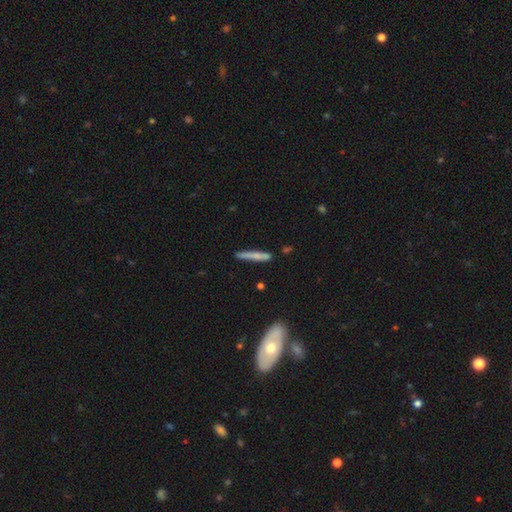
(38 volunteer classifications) A smooth galaxy with no disk features (66%) that is cigar-shaped (92%).

Vote fractions:
- Smooth or featured? smooth: 66% / featured or disk: 29% / star or artifact: 5%
- How rounded? cigar-shaped: 92% / in between: 8% / round: 0%
- Merging? none: 64% / minor disturbance: 31% / major disturbance: 3% / merger: 3%